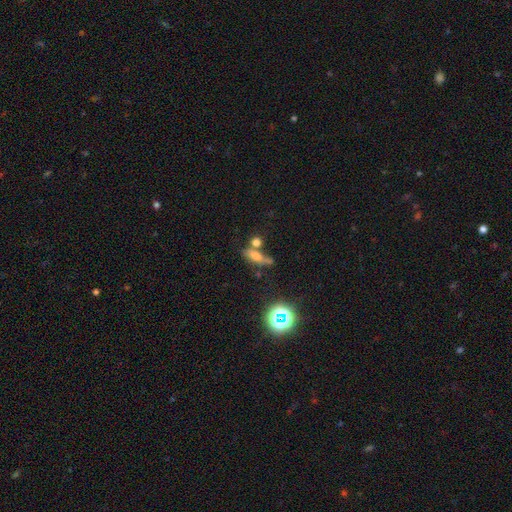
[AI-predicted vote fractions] This appears to be a smooth galaxy with no disk features (58%) that is in between round and cigar-shaped (48%). Merging: none (43%).